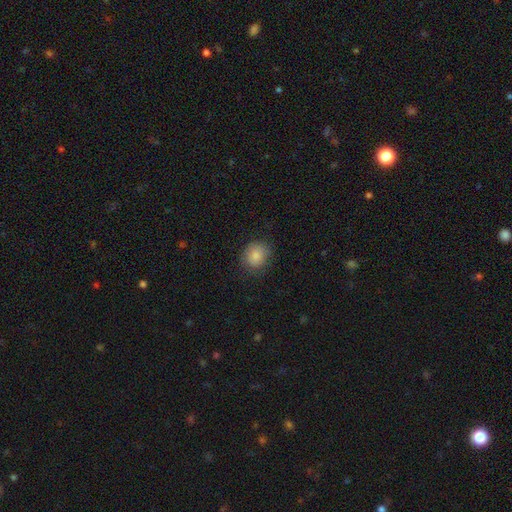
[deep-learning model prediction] A smooth galaxy with no disk features (86%) that is round (74%).

Vote fractions:
- Smooth or featured? smooth: 86% / star or artifact: 8% / featured or disk: 6%
- How rounded? round: 74% / in between: 26% / cigar-shaped: 1%
- Merging? none: 80% / minor disturbance: 14% / major disturbance: 4% / merger: 1%